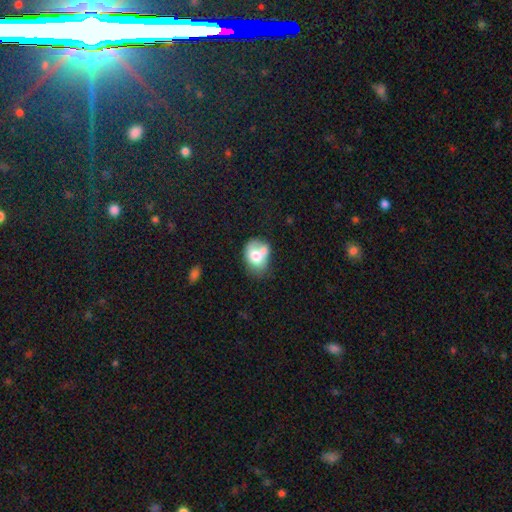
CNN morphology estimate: This is likely a smooth galaxy (66%). How rounded: likely in between (64%). Merging: marginally merger (41%).